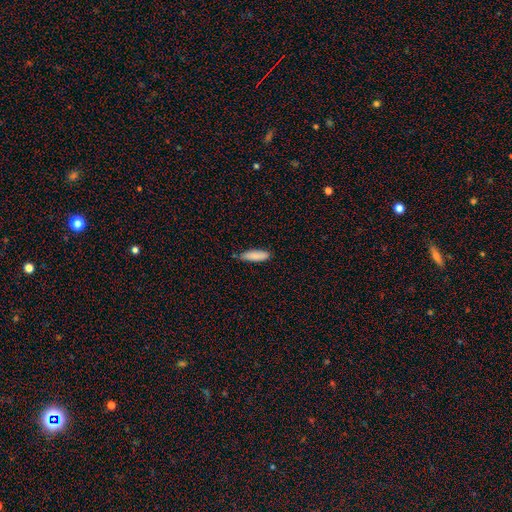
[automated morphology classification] smooth 87%, featured or disk 6%, star or artifact 6%. Down the decision tree: how rounded — cigar-shaped (52%); merging — none (71%).